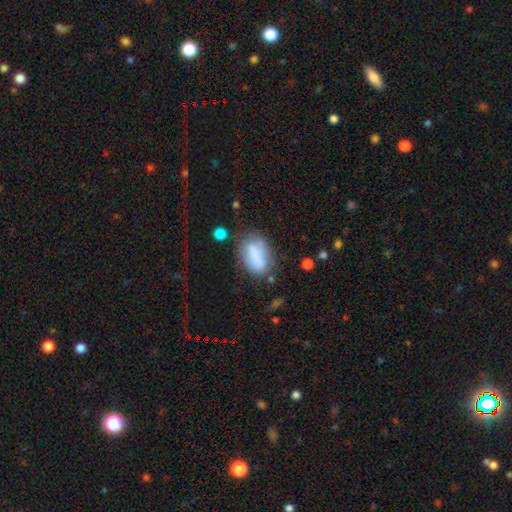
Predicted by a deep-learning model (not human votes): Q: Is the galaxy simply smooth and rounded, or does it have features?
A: smooth — 73%.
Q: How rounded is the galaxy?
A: in between — 86%.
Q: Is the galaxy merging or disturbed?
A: none — 54%.